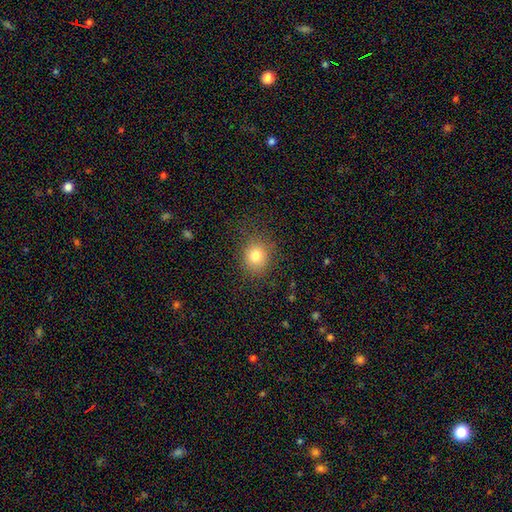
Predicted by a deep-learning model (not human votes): A smooth galaxy with no disk features (79%) that is round (76%). Merging: none (83%).